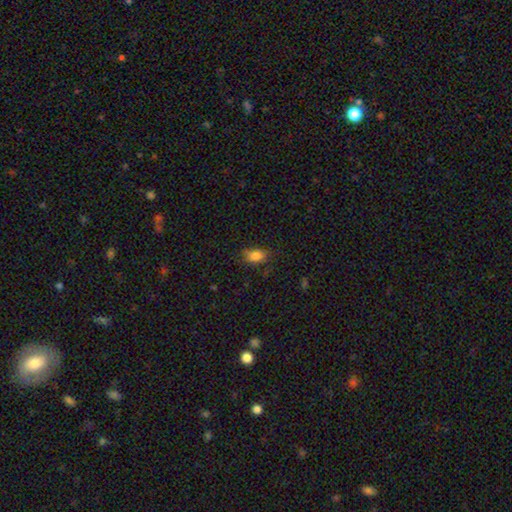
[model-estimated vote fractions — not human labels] The model was most divided on "merging": none: 72%, minor disturbance: 21%, major disturbance: 5%, merger: 2%. More confident: smooth or featured — smooth (83%); how rounded — in between (80%).